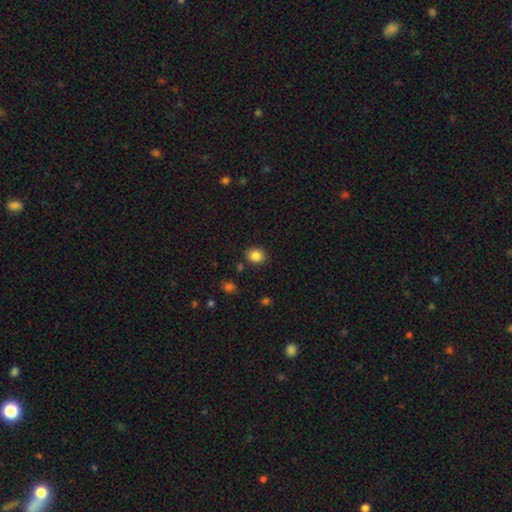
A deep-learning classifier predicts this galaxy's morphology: Smooth or featured: smooth — 85% (star or artifact — 10%)
How rounded: round — 71% (in between — 28%)
Merging: none — 86% (minor disturbance — 8%)